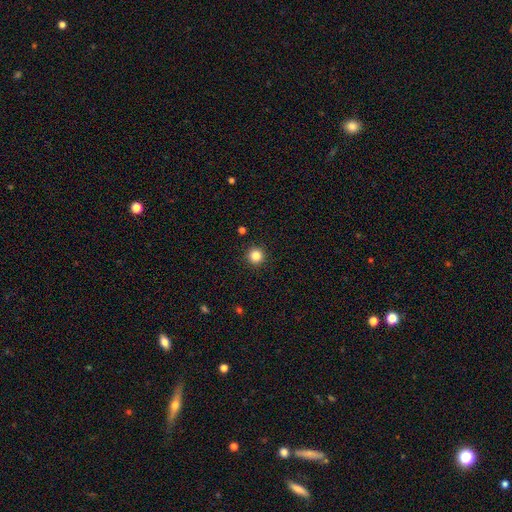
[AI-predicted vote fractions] Q: Smooth or featured?
A: smooth (84%); runner-up: star or artifact (12%)
Q: How rounded?
A: round (96%); runner-up: in between (3%)
Q: Merging?
A: none (93%); runner-up: minor disturbance (5%)